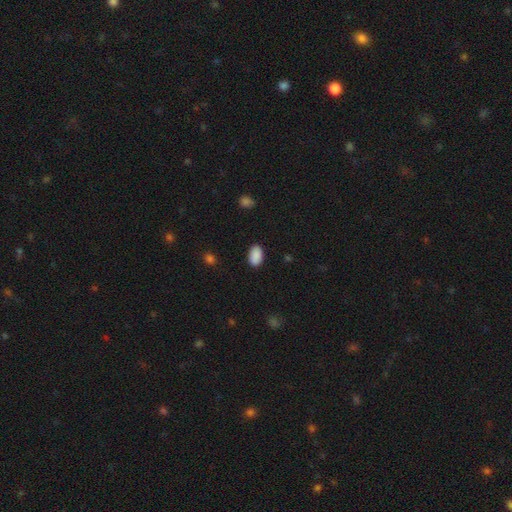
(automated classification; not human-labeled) Overall: smooth (90%). How rounded: in between (92%). Merging: none (88%).